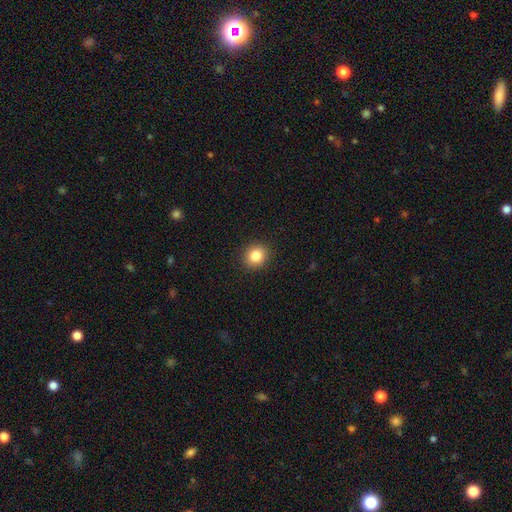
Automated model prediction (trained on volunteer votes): This is clearly a smooth galaxy (84%). How rounded: likely round (78%). Merging: clearly none (91%).